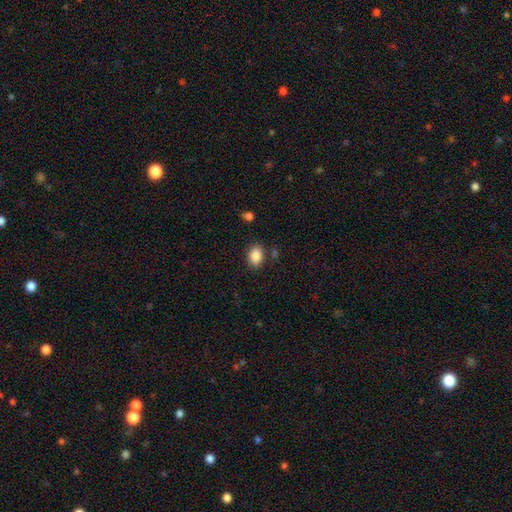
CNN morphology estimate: Smooth or featured?
  - smooth: 88% *
  - star or artifact: 8%
  - featured or disk: 4%
How rounded?
  - in between: 74% *
  - round: 25%
  - cigar-shaped: 1%
Merging?
  - none: 83% *
  - minor disturbance: 11%
  - merger: 3%
  - major disturbance: 3%